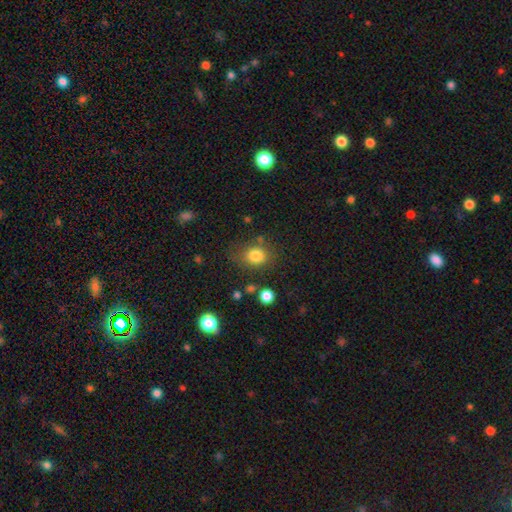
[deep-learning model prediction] smooth 82%, star or artifact 11%, featured or disk 7%. Down the decision tree: how rounded — round (59%); merging — none (71%).